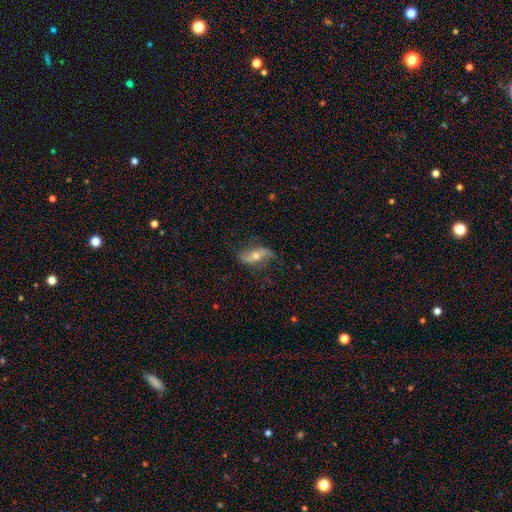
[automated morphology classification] Q: Smooth or featured?
A: featured or disk (77%); runner-up: smooth (16%)
Q: Edge-on disk?
A: no (88%); runner-up: yes (12%)
Q: Bar?
A: no (41%); runner-up: strong (30%)
Q: Spiral arms?
A: yes (91%); runner-up: no (9%)
Q: Spiral winding?
A: loose (82%); runner-up: medium (13%)
Q: Spiral arm count?
A: 2 (92%); runner-up: can't tell (3%)
Q: Bulge size?
A: moderate (60%); runner-up: small (34%)
Q: Merging?
A: none (75%); runner-up: minor disturbance (17%)